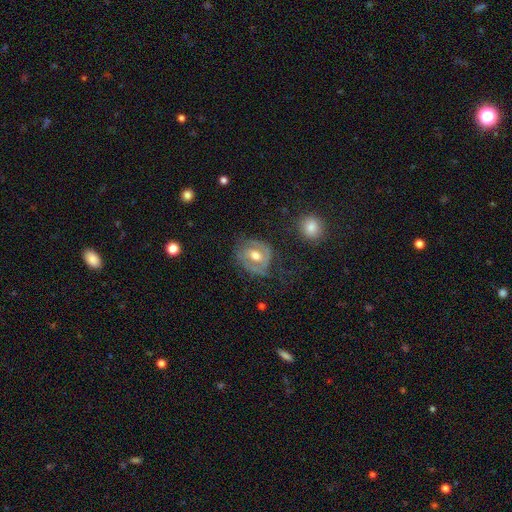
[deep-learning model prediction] This appears to be a featured or disk galaxy (63%) with no bar (49%), spiral arms (62%) and a moderate central bulge (70%). Merging: none (59%).